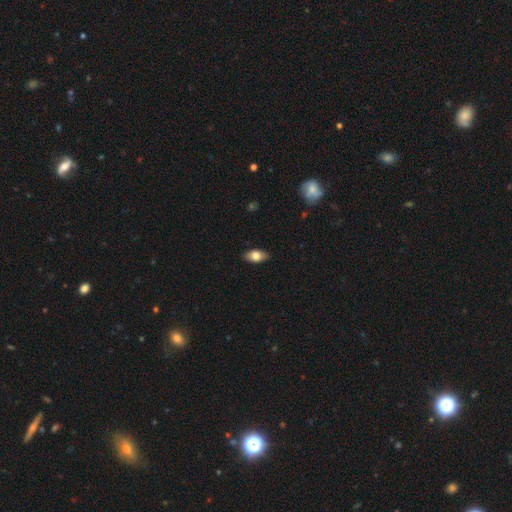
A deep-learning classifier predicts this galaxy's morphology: Smooth or featured? Predicted: smooth (p=0.76). How rounded? Predicted: in between (p=0.90). Merging? Predicted: none (p=0.87).